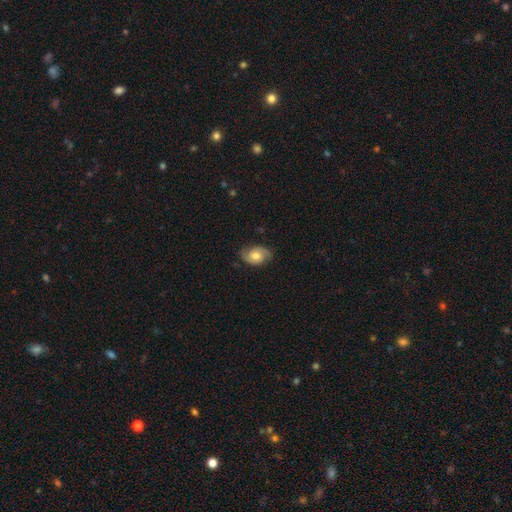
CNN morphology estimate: The model was most divided on "smooth or featured": featured or disk: 54%, smooth: 38%, star or artifact: 7%. More confident: edge-on disk — no (96%); spiral arms — yes (85%); merging — none (75%); bulge size — moderate (68%); bar — no (67%).